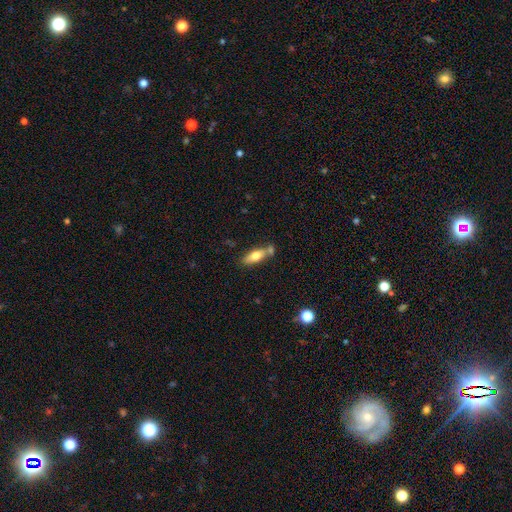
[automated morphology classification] type=smooth (66%); roundness=in between (64%); merging=none (59%).